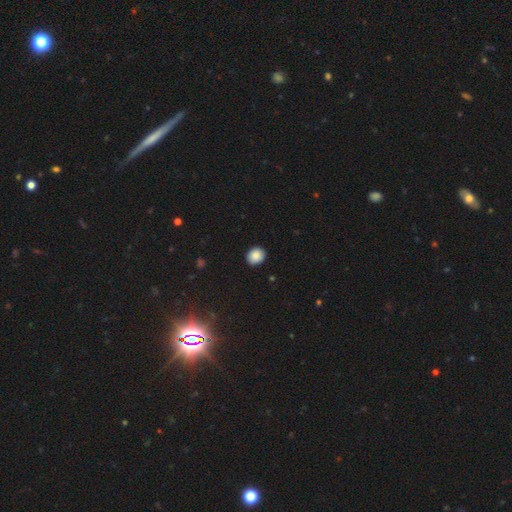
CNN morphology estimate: Smooth or featured: smooth — 87% (star or artifact — 9%)
How rounded: round — 75% (in between — 24%)
Merging: none — 91% (minor disturbance — 7%)